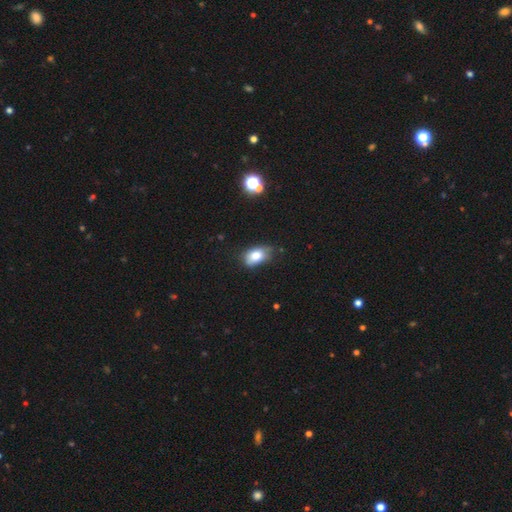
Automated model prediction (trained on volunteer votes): smooth_or_featured: smooth (p=0.79) [alt: featured or disk p=0.12]
how_rounded: in between (p=0.87) [alt: round p=0.11]
merging: none (p=0.57) [alt: minor disturbance p=0.33]